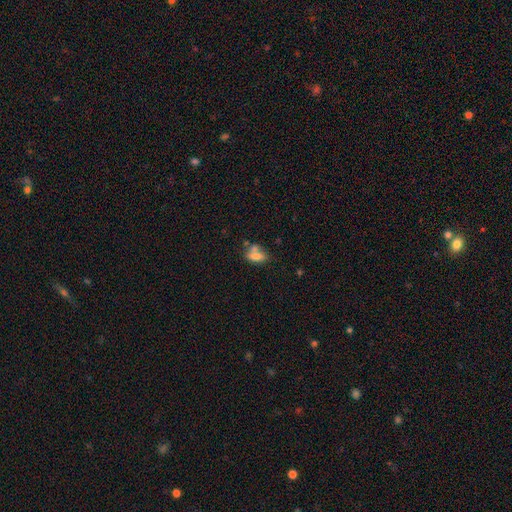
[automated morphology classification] Smooth or featured: smooth — 72% (featured or disk — 18%)
How rounded: in between — 80% (cigar-shaped — 11%)
Merging: none — 45% (merger — 31%)